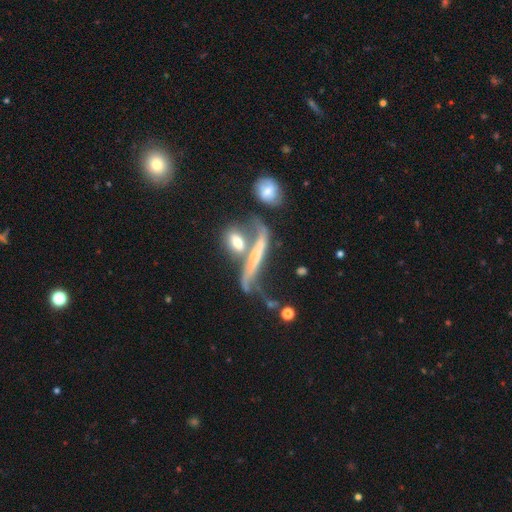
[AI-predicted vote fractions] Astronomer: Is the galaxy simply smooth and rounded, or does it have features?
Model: featured or disk — 60%.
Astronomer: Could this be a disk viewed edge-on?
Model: no — 53% (runner-up: yes, 47%).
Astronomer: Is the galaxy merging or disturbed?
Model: merger — 46%.